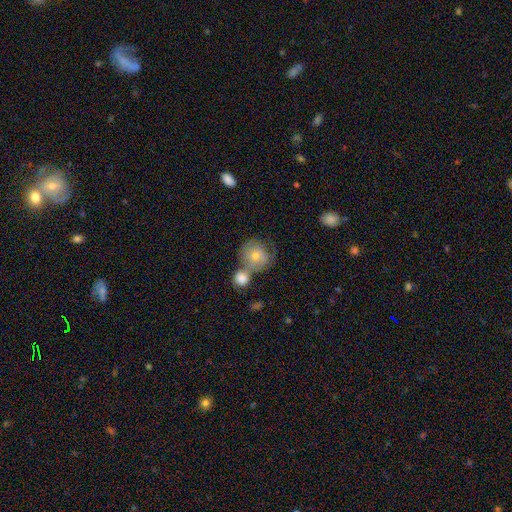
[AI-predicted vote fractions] Smooth or featured? smooth (69%)
How rounded? round (82%)
Merging? merger (41%)